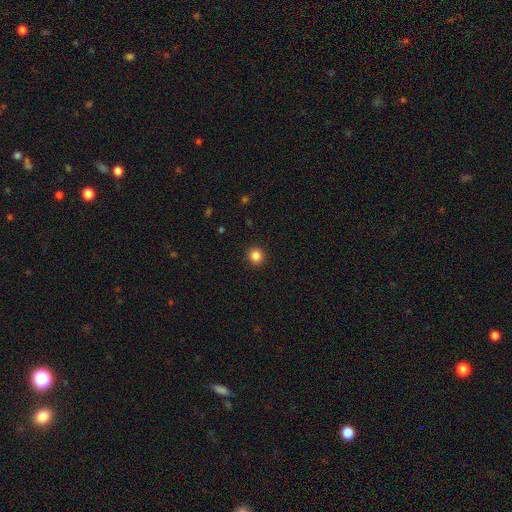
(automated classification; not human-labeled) Smooth or featured? smooth (85%)
How rounded? round (92%)
Merging? none (92%)